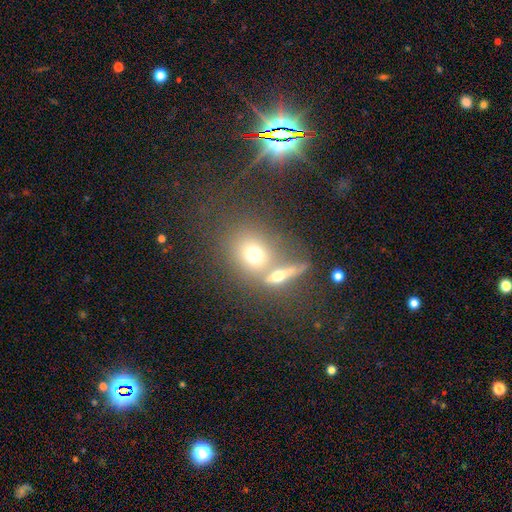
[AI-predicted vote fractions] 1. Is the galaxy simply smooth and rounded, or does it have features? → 50% smooth, 28% star or artifact, 22% featured or disk.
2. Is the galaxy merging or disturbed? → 47% merger, 39% none, 8% minor disturbance, 6% major disturbance.